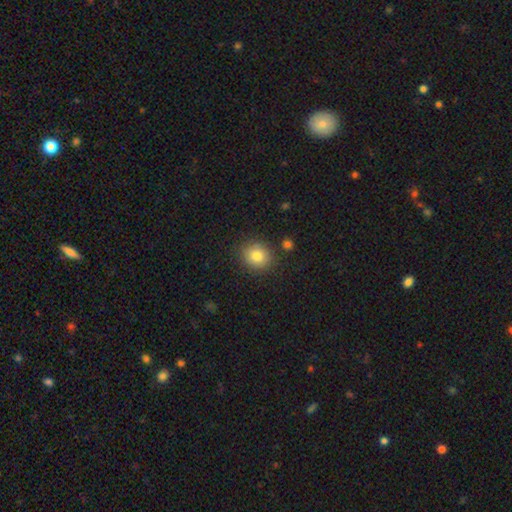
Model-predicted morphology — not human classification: This appears to be a smooth galaxy with no disk features (82%) that is round (80%). Merging: none (85%).